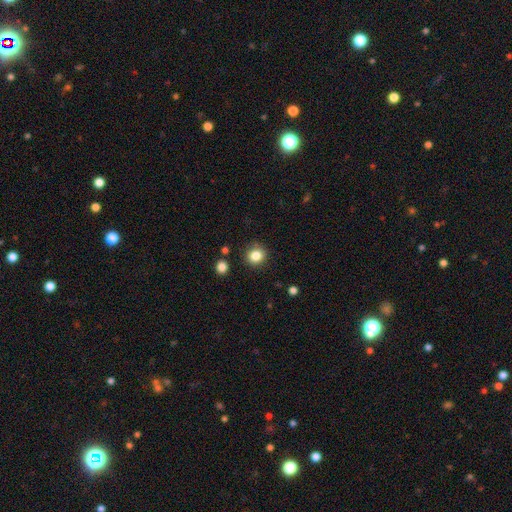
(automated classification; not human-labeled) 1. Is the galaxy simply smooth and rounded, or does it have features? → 84% smooth, 11% star or artifact, 5% featured or disk.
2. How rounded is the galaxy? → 86% round, 13% in between, 1% cigar-shaped.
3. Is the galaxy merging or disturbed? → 87% none, 8% minor disturbance, 3% merger, 2% major disturbance.